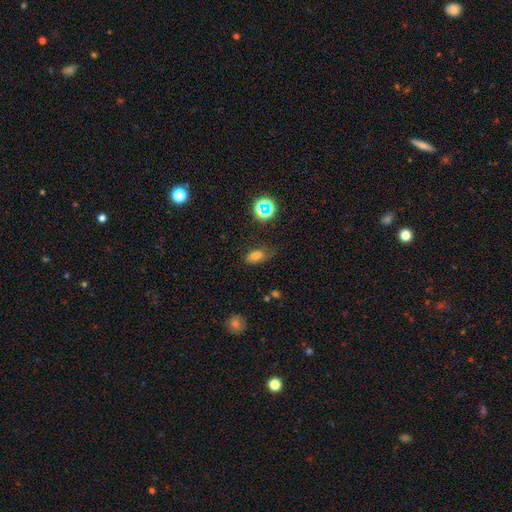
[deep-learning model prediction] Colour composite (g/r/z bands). It shows a smooth galaxy with no disk features (73%) that is in between round and cigar-shaped (85%). Merging: none (57%).